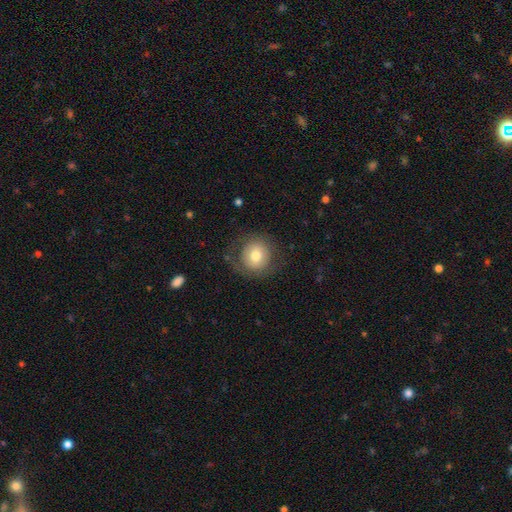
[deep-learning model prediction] A smooth galaxy with no disk features (70%) that is round (89%). Merging: none (76%).